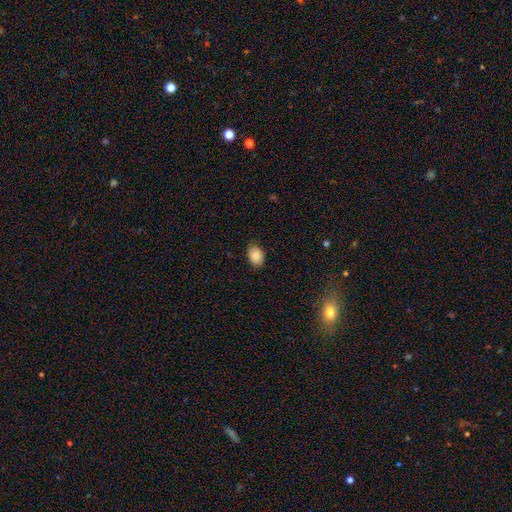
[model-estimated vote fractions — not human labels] This appears to be a smooth galaxy with no disk features (88%) that is in between round and cigar-shaped (69%). Merging: none (85%).